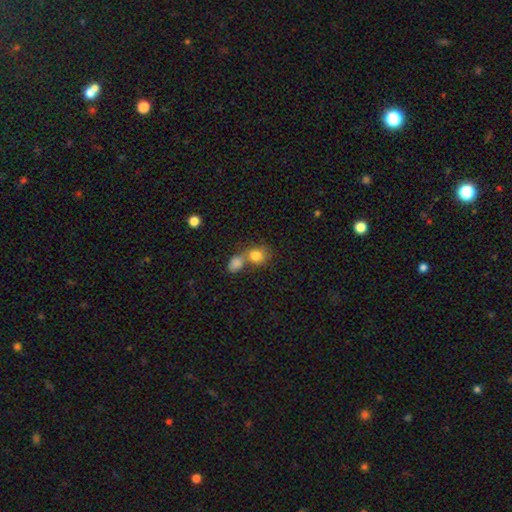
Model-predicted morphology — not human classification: This appears to be a smooth galaxy with no disk features (81%) that is round (66%). Merging: merger (48%).